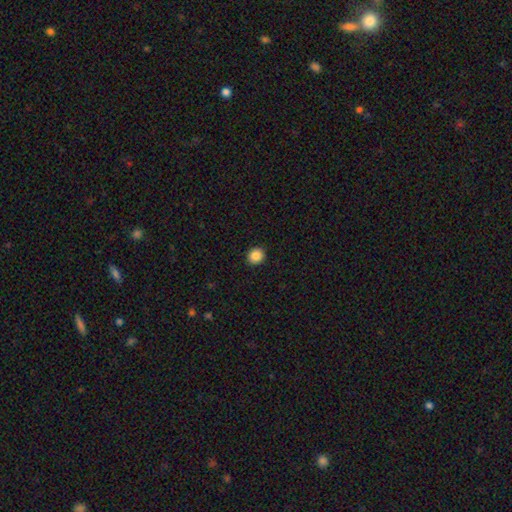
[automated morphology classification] smooth_or_featured: smooth (p=0.87) [alt: star or artifact p=0.09]
how_rounded: round (p=0.86) [alt: in between p=0.13]
merging: none (p=0.93) [alt: minor disturbance p=0.05]